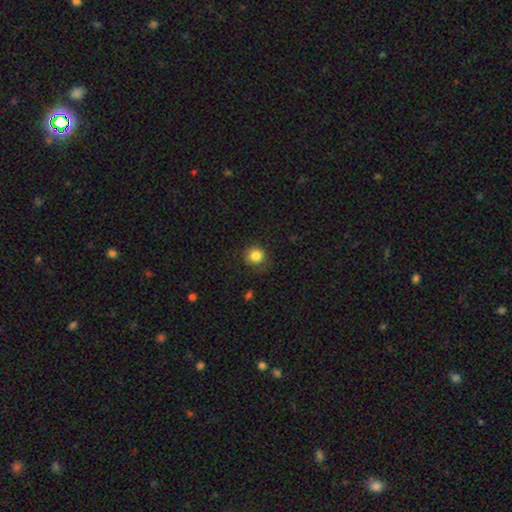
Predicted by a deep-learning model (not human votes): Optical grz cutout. It shows a smooth galaxy with no disk features (85%) that is round (90%). Merging: none (80%).